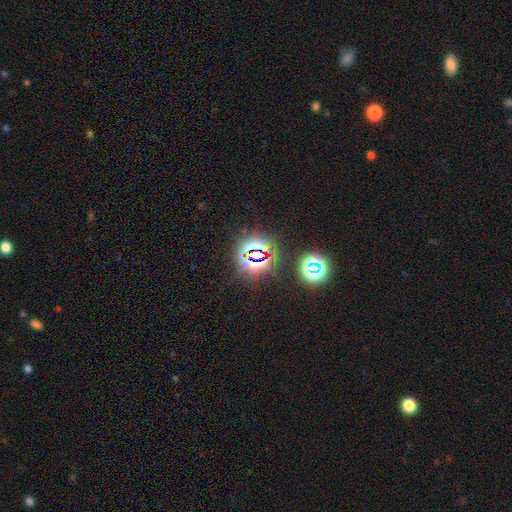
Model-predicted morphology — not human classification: Overall: star or artifact (78%).